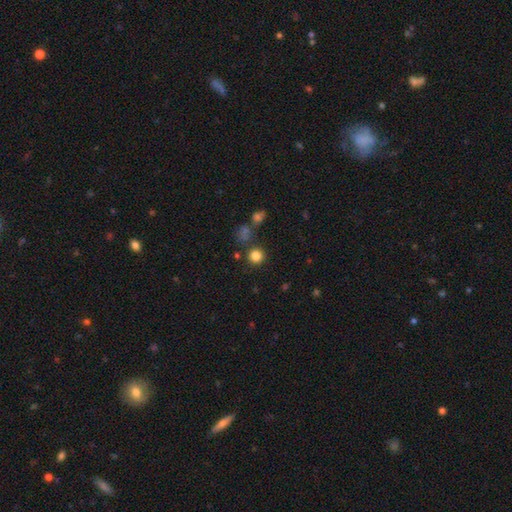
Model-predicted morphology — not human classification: The model was most divided on "smooth or featured": smooth: 82%, star or artifact: 13%, featured or disk: 5%. More confident: how rounded — round (93%); merging — none (83%).